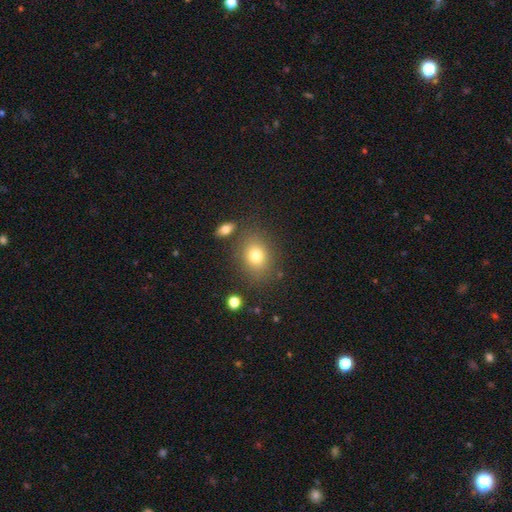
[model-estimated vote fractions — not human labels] Smooth or featured? smooth (77%)
How rounded? in between (50%)
Merging? none (78%)